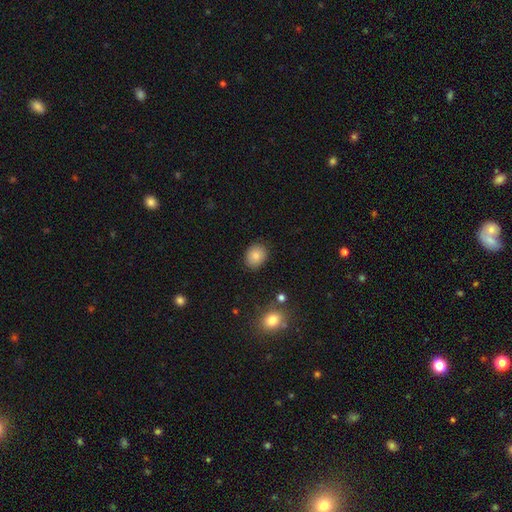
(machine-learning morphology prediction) Smooth or featured? smooth (83%)
How rounded? round (51%)
Merging? none (86%)